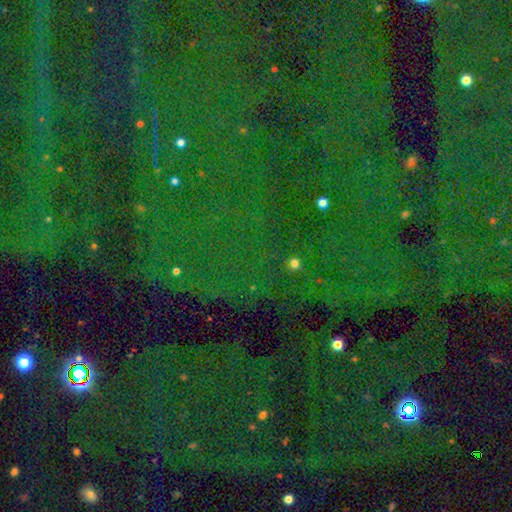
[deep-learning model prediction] This appears to be a star or artifact, not a galaxy (84%).